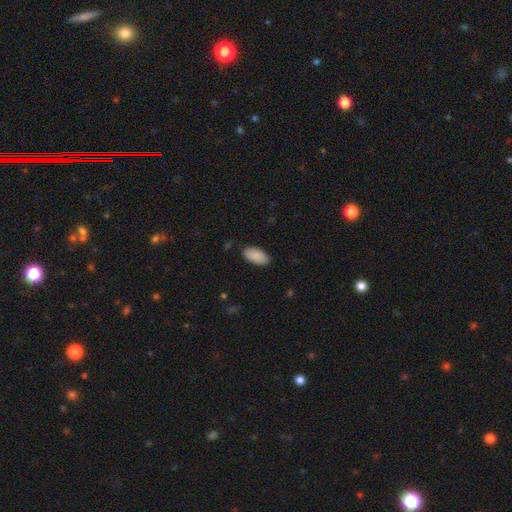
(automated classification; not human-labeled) This is clearly a smooth galaxy (90%). How rounded: clearly in between (94%). Merging: clearly none (87%).